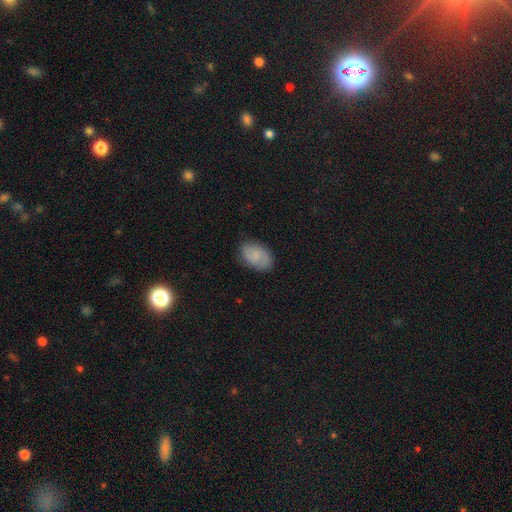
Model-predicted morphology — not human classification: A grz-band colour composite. It shows a smooth galaxy with no disk features (65%) that is in between round and cigar-shaped (89%). Merging: none (80%).